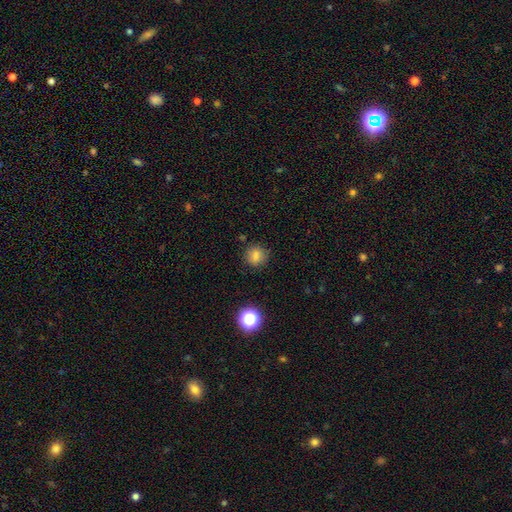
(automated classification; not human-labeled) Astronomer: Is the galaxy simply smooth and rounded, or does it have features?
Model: smooth — 78%.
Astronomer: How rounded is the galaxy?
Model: round — 91%.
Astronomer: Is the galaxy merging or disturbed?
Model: none — 86%.